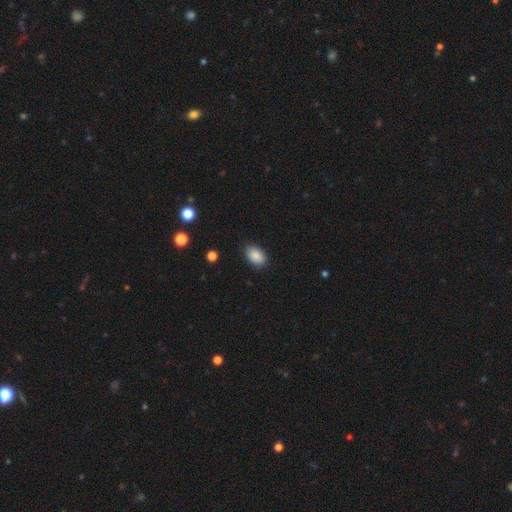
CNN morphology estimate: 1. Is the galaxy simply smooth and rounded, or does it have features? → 88% smooth, 8% star or artifact, 4% featured or disk.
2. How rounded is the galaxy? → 88% in between, 11% round, 1% cigar-shaped.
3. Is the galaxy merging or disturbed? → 86% none, 10% minor disturbance, 2% major disturbance, 1% merger.